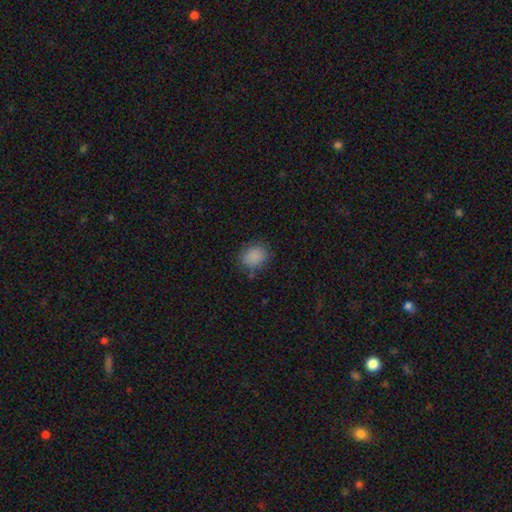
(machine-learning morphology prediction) Q: Smooth or featured?
A: smooth (85%); runner-up: star or artifact (10%)
Q: How rounded?
A: round (59%); runner-up: in between (40%)
Q: Merging?
A: none (77%); runner-up: minor disturbance (16%)